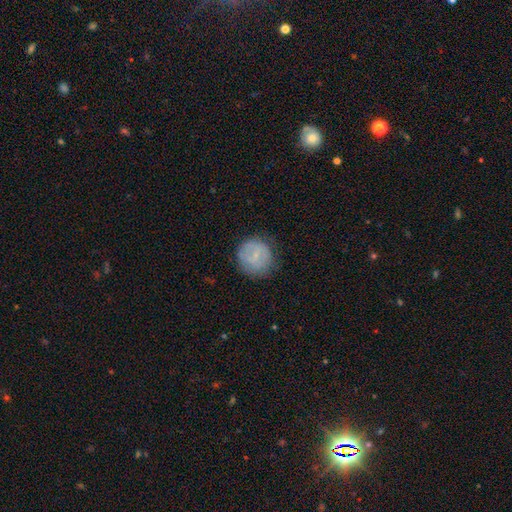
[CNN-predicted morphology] smooth-or-featured: smooth: 63% | featured or disk: 29% | star or artifact: 8%
  how-rounded: round: 90% | in between: 9% | cigar-shaped: 1%
  merging: none: 76% | minor disturbance: 16% | major disturbance: 6% | merger: 1%